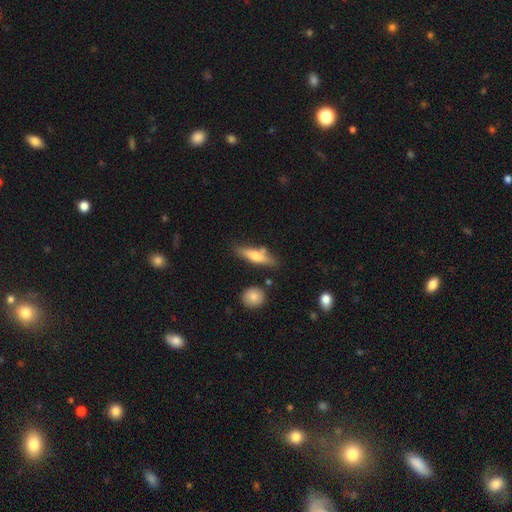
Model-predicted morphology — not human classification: Smooth or featured: smooth — 56% (featured or disk — 38%)
How rounded: cigar-shaped — 62% (in between — 35%)
Merging: none — 70% (minor disturbance — 18%)